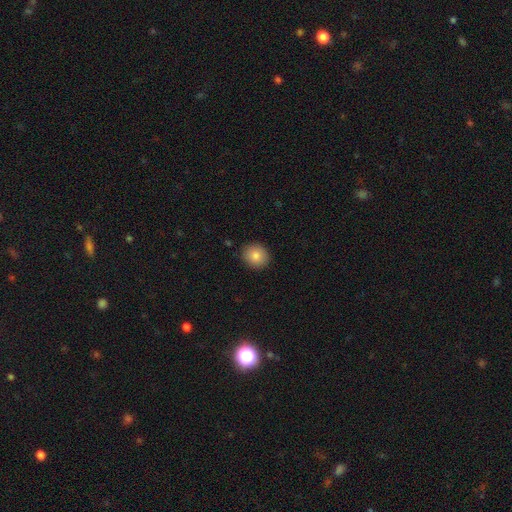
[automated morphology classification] Overall: smooth (84%). How rounded: round (78%). Merging: none (89%).